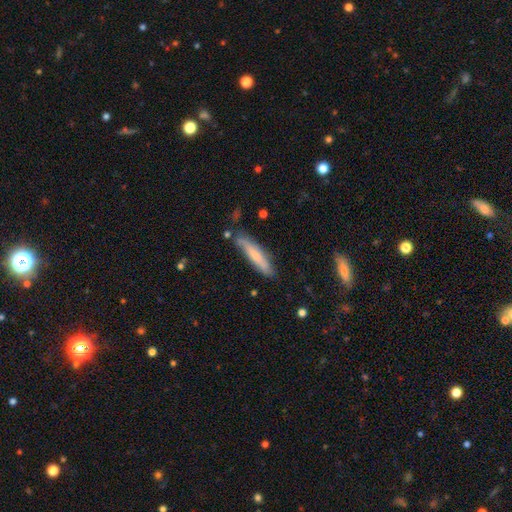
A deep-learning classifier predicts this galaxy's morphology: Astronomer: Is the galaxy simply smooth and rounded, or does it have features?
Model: smooth — 65%.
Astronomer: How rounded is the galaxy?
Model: cigar-shaped — 86%.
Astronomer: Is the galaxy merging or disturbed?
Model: none — 74%.